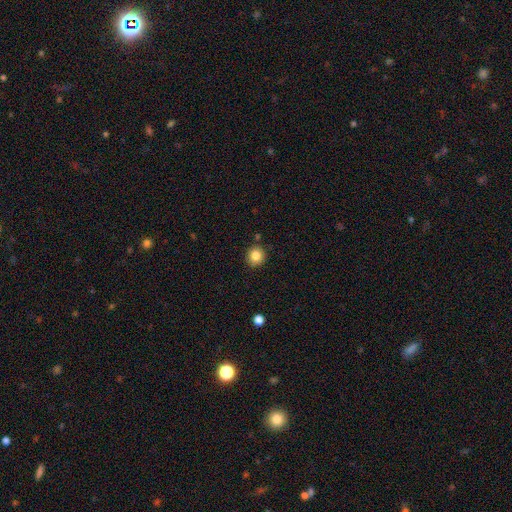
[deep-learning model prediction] This appears to be a smooth galaxy with no disk features (84%) that is round (86%). Merging: none (88%).